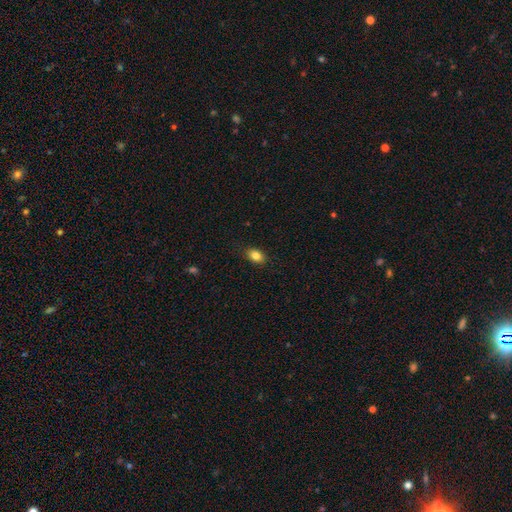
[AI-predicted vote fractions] smooth_or_featured: smooth (p=0.83) [alt: star or artifact p=0.09]
how_rounded: in between (p=0.79) [alt: round p=0.19]
merging: none (p=0.86) [alt: minor disturbance p=0.11]